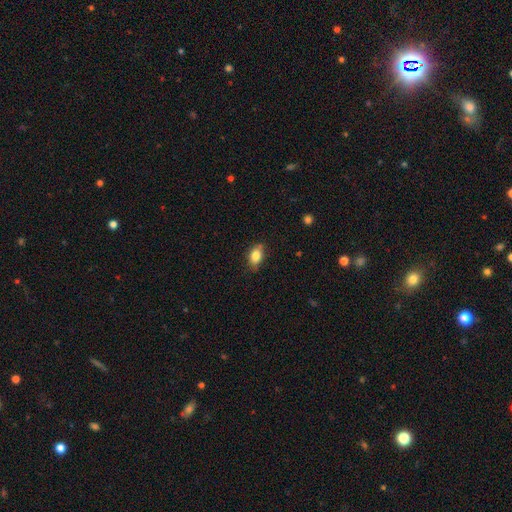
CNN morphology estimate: Q: Smooth or featured?
A: smooth (83%); runner-up: featured or disk (9%)
Q: How rounded?
A: in between (83%); runner-up: round (14%)
Q: Merging?
A: none (75%); runner-up: minor disturbance (20%)